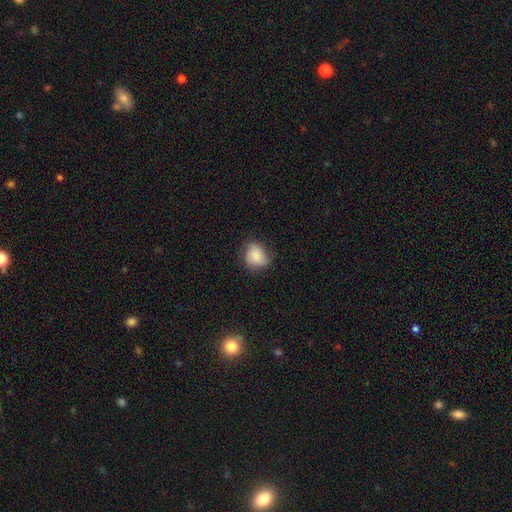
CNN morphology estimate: Smooth or featured? smooth (79%)
How rounded? round (57%)
Merging? none (67%)